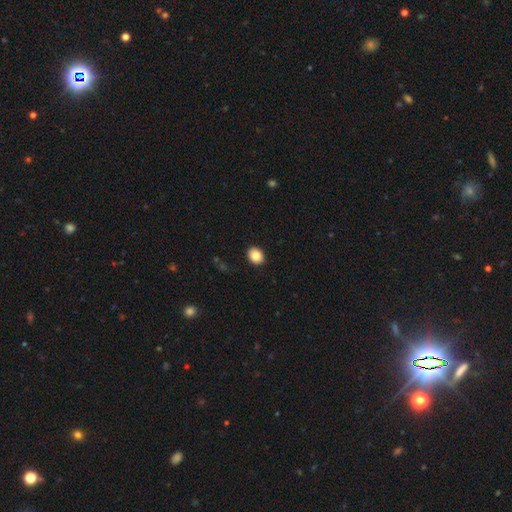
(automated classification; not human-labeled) A smooth galaxy with no disk features (86%) that is round (53%). Merging: none (91%).